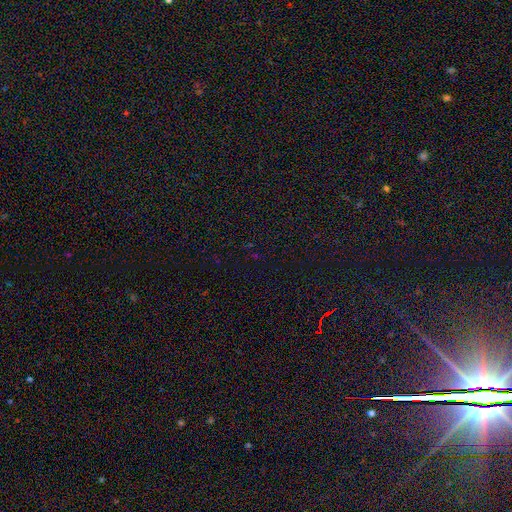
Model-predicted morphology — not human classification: The model was most divided on "smooth or featured": star or artifact: 68%, smooth: 24%, featured or disk: 8%.